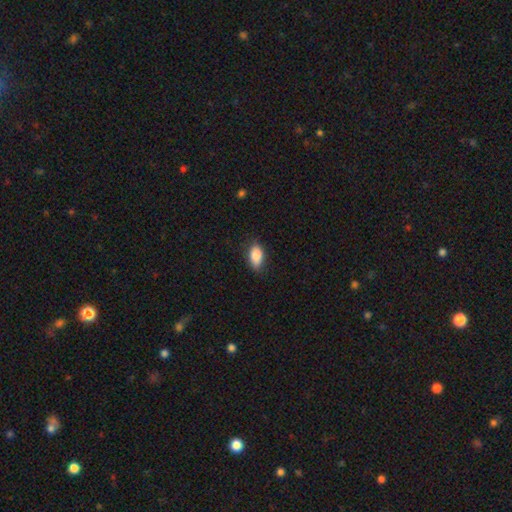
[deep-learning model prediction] Smooth or featured?
  - smooth: 87% *
  - star or artifact: 7%
  - featured or disk: 6%
How rounded?
  - in between: 90% *
  - round: 6%
  - cigar-shaped: 4%
Merging?
  - none: 78% *
  - minor disturbance: 17%
  - major disturbance: 3%
  - merger: 1%